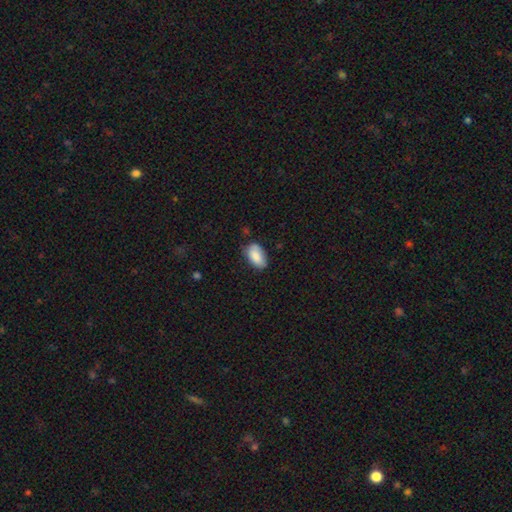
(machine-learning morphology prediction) This is clearly a smooth galaxy (85%). How rounded: clearly in between (93%). Merging: likely none (70%).